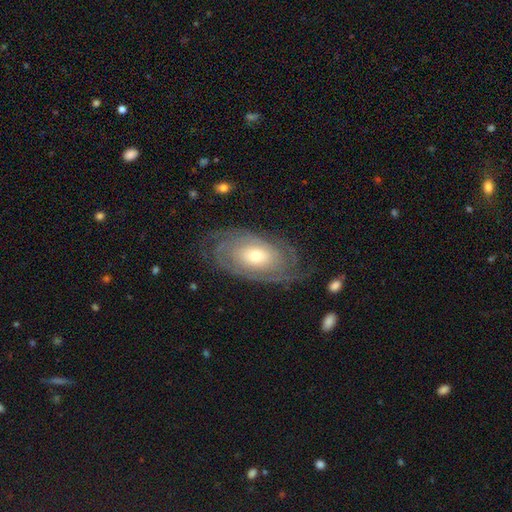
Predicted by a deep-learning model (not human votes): This is likely a featured or disk galaxy (78%). It is clearly not viewed edge-on (94%). Bar: likely no (78%). Spiral arm pattern: clearly yes (88%). Spiral arm count: possibly can't tell (48%). Spiral winding: likely tight (73%). Central bulge: possibly moderate (55%). Merging: likely none (73%).